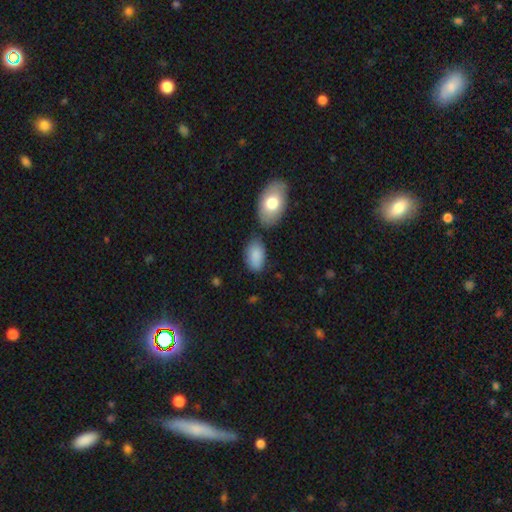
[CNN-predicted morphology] A smooth galaxy with no disk features (86%) that is in between round and cigar-shaped (94%).

Vote fractions:
- Smooth or featured? smooth: 86% / featured or disk: 7% / star or artifact: 7%
- How rounded? in between: 94% / round: 5% / cigar-shaped: 2%
- Merging? none: 60% / minor disturbance: 21% / merger: 13% / major disturbance: 6%